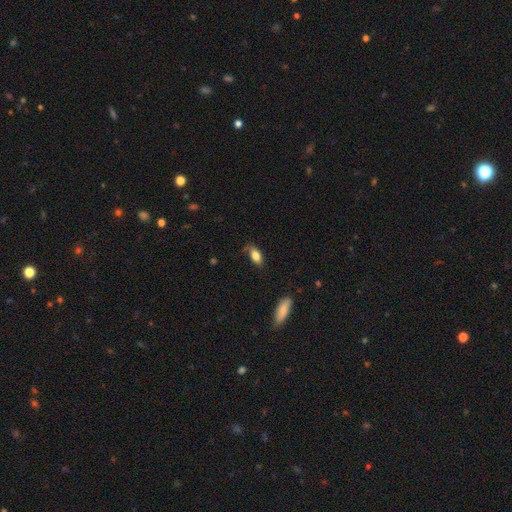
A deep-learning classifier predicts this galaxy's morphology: Overall: smooth (81%). How rounded: in between (85%). Merging: none (62%; minor disturbance 28%).